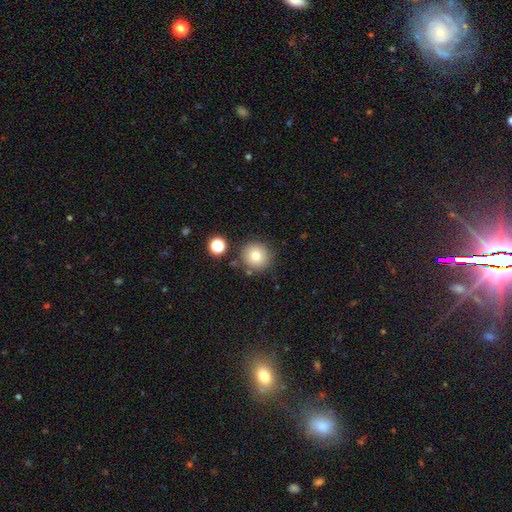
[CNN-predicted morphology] Smooth or featured: smooth — 77% (star or artifact — 12%)
How rounded: round — 94% (in between — 5%)
Merging: none — 83% (minor disturbance — 8%)